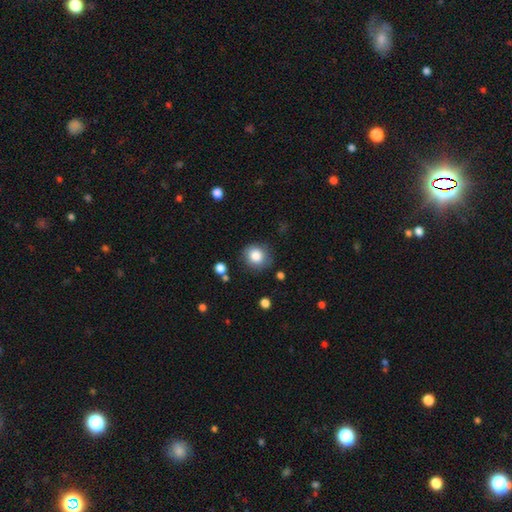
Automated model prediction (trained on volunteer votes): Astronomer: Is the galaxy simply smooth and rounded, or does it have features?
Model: smooth — 83%.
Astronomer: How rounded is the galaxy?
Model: round — 86%.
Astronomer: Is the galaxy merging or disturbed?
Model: none — 81%.